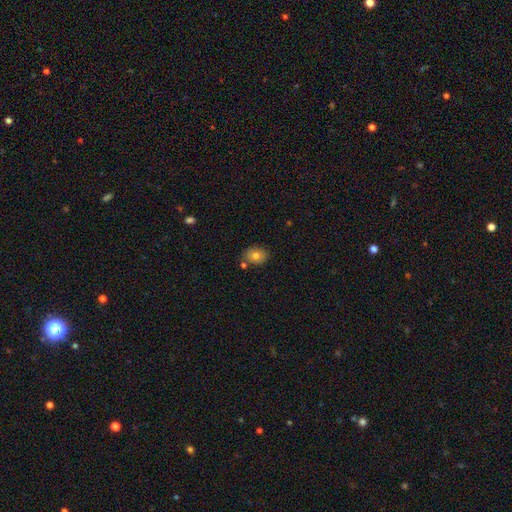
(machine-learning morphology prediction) Overall: smooth (78%). How rounded: in between (66%; round 32%). Merging: none (77%).